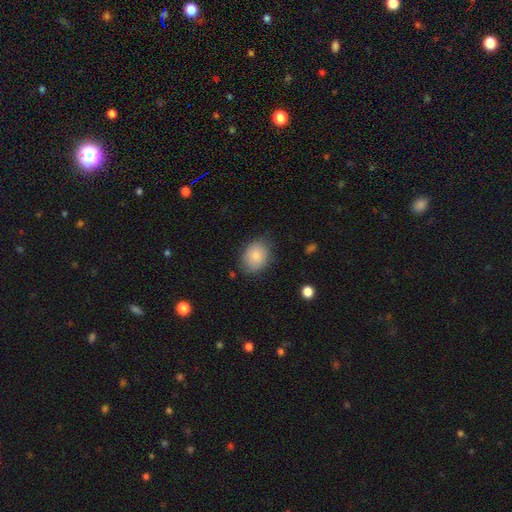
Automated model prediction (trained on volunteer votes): Overall: smooth (82%). How rounded: in between (62%; round 37%). Merging: none (75%).